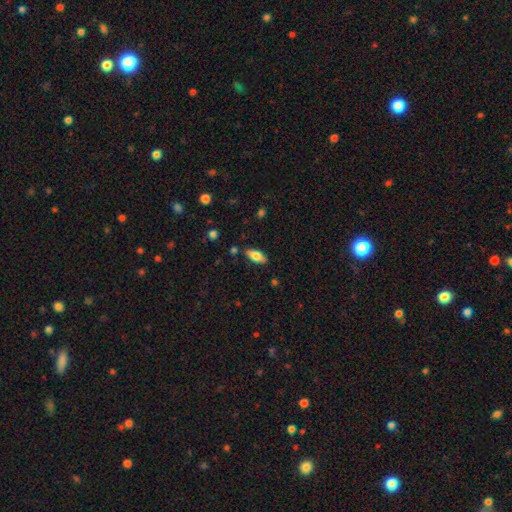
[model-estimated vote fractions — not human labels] Smooth or featured? smooth (75%)
How rounded? in between (82%)
Merging? none (84%)